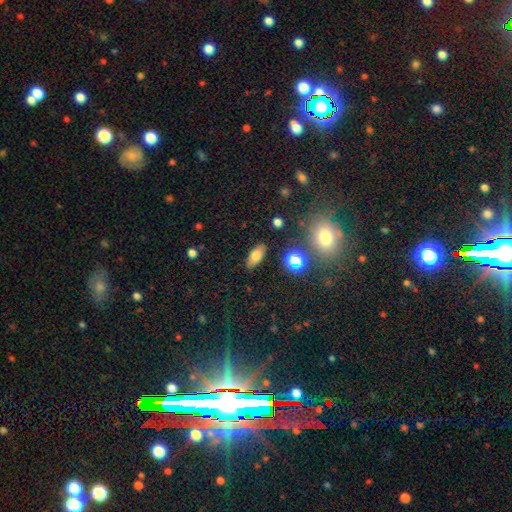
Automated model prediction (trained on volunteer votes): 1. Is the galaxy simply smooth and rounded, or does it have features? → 75% smooth, 12% star or artifact, 12% featured or disk.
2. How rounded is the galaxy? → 83% in between, 11% cigar-shaped, 6% round.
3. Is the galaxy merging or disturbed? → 86% none, 10% minor disturbance, 3% major disturbance, 2% merger.